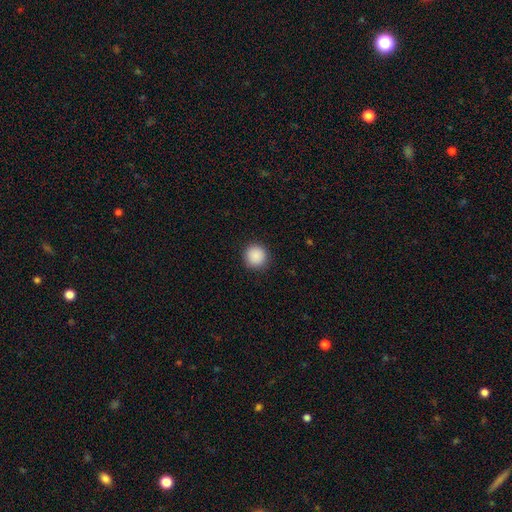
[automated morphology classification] A smooth galaxy with no disk features (89%) that is round (95%).

Vote fractions:
- Smooth or featured? smooth: 89% / star or artifact: 8% / featured or disk: 2%
- How rounded? round: 95% / in between: 4% / cigar-shaped: 1%
- Merging? none: 92% / minor disturbance: 6% / major disturbance: 2% / merger: 1%